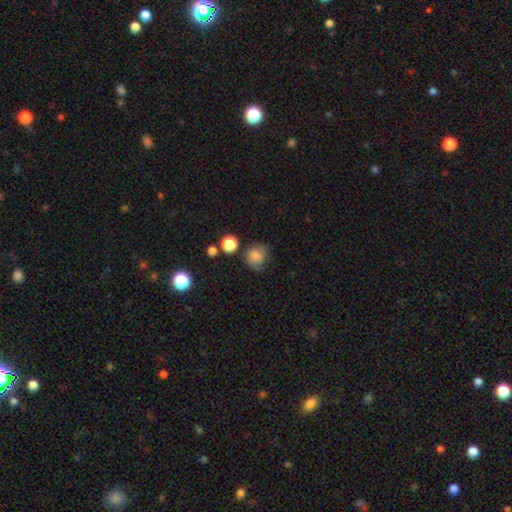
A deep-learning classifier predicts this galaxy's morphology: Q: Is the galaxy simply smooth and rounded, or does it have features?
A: smooth — 70%.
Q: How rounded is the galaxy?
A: round — 77%.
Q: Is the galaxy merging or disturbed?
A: none — 63%.